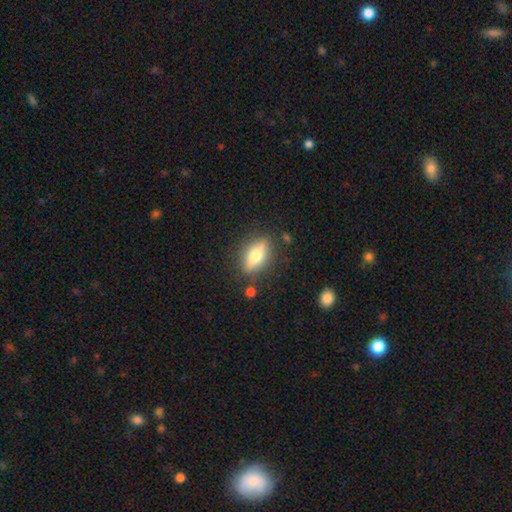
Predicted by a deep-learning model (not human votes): smooth-or-featured: featured or disk: 57% | smooth: 35% | star or artifact: 7%
  disk-edge-on: yes: 85% | no: 15%
  merging: none: 84% | minor disturbance: 10% | major disturbance: 3% | merger: 2%